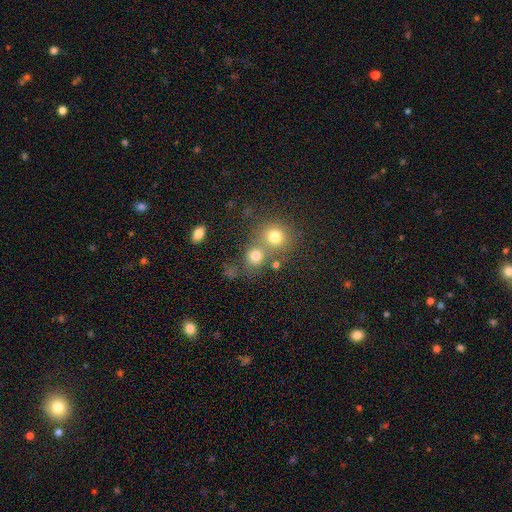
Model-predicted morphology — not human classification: smooth_or_featured: smooth (p=0.76) [alt: star or artifact p=0.15]
how_rounded: round (p=0.80) [alt: in between p=0.19]
merging: none (p=0.50) [alt: merger p=0.38]